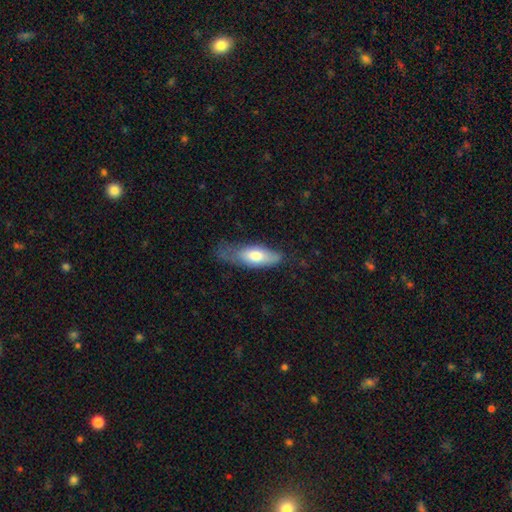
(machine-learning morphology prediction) type=smooth (70%); roundness=in between (71%); merging=none (38%, tied with minor disturbance).